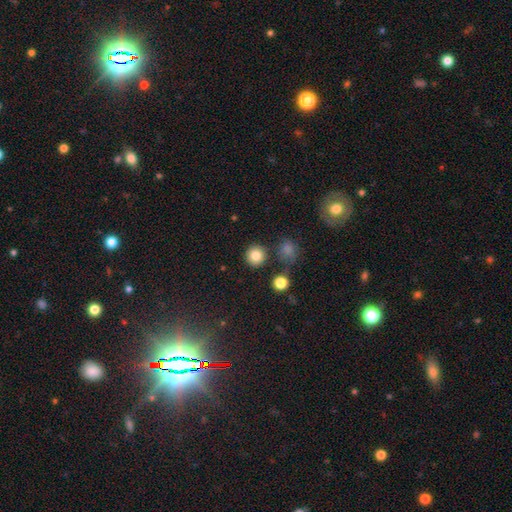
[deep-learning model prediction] This appears to be a smooth galaxy with no disk features (83%) that is round (93%). Merging: none (85%).